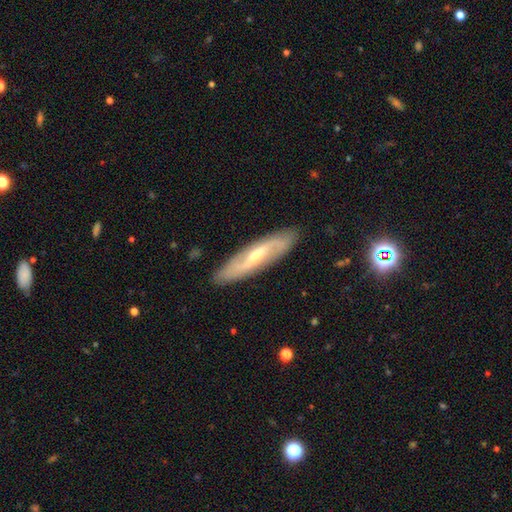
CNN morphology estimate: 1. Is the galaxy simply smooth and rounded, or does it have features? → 78% featured or disk, 16% smooth, 5% star or artifact.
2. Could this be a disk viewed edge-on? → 78% no, 22% yes.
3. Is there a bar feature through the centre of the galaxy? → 47% weak, 30% strong, 24% no.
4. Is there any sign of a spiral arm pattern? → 91% yes, 9% no.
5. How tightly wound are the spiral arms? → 60% loose, 28% medium, 12% tight.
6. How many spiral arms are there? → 89% 2, 6% can't tell, 1% 1, 1% 3, 1% 4, 1% more than 4.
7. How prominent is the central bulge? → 62% small, 33% moderate, 2% none, 2% large, 1% dominant.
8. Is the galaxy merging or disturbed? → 87% none, 10% minor disturbance, 2% major disturbance, 1% merger.